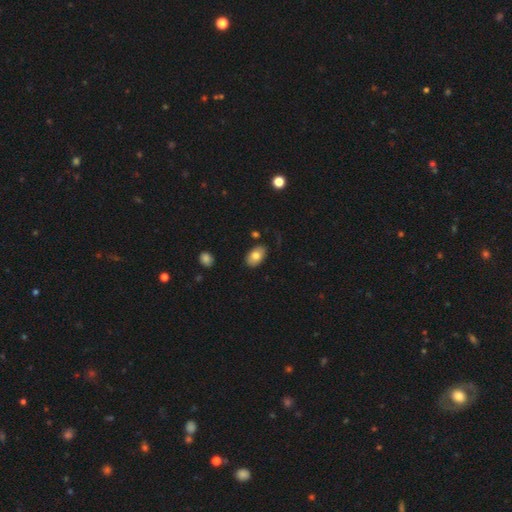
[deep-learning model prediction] Morphology: type=smooth (79%); roundness=in between (92%); merging=none (82%).